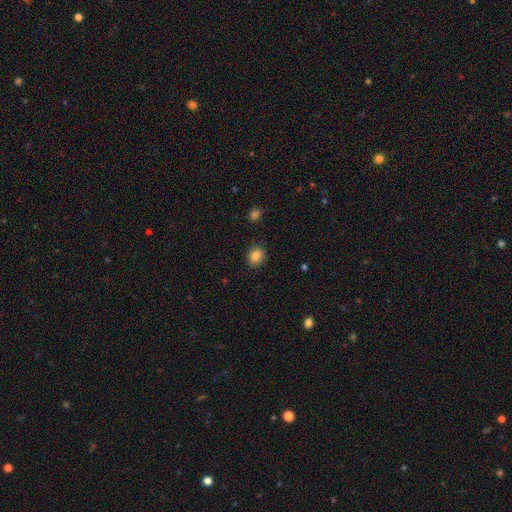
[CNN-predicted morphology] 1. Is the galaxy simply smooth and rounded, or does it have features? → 85% smooth, 10% star or artifact, 5% featured or disk.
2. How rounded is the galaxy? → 57% round, 42% in between, 1% cigar-shaped.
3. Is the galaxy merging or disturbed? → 88% none, 8% minor disturbance, 2% major disturbance, 1% merger.